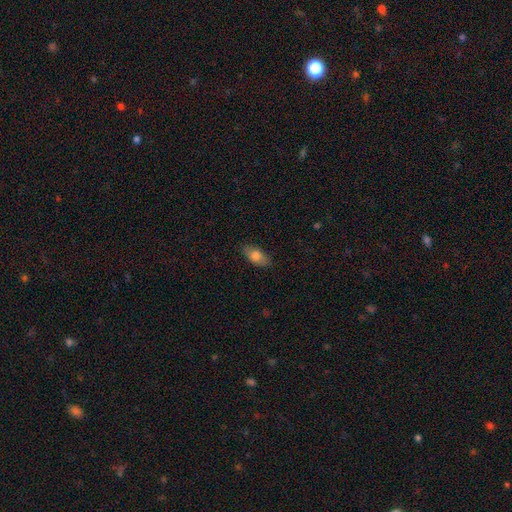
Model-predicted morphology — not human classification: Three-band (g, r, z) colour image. It shows a smooth galaxy with no disk features (77%) that is in between round and cigar-shaped (87%). Merging: none (84%).